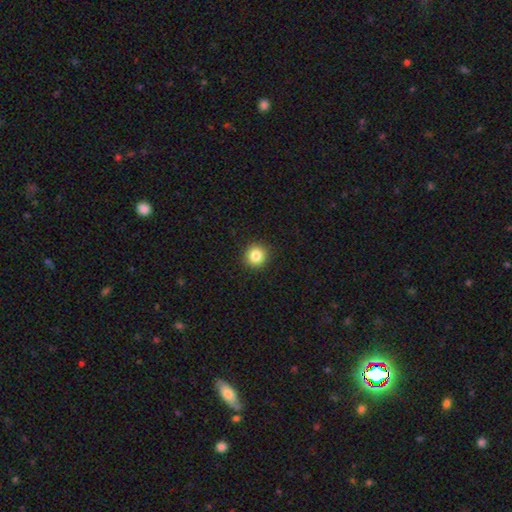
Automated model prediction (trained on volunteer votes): The model was most divided on "smooth or featured": smooth: 84%, star or artifact: 10%, featured or disk: 5%. More confident: how rounded — round (94%); merging — none (92%).